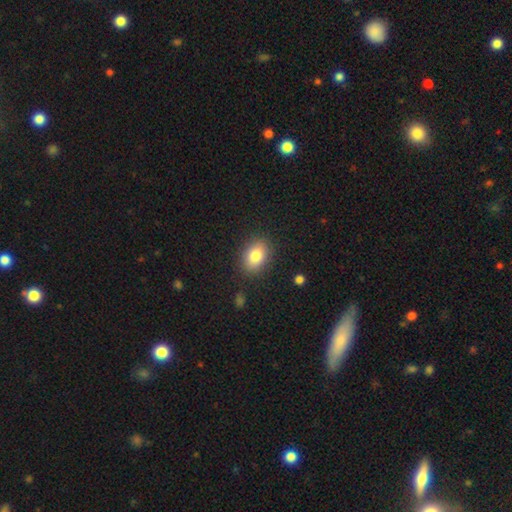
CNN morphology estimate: Smooth or featured: smooth — 82% (featured or disk — 9%)
How rounded: in between — 76% (round — 23%)
Merging: none — 86% (minor disturbance — 10%)